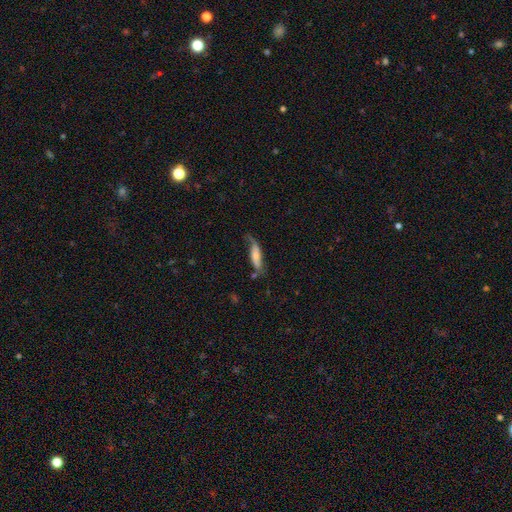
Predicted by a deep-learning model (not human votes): smooth_or_featured: smooth (p=0.53) [alt: featured or disk p=0.40]
how_rounded: cigar-shaped (p=0.58) [alt: in between p=0.40]
merging: none (p=0.46) [alt: minor disturbance p=0.32]